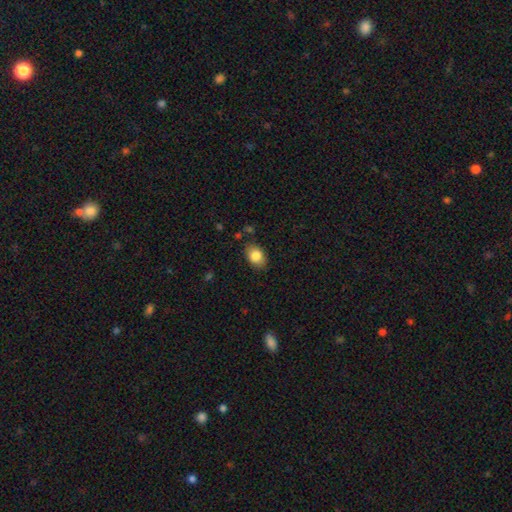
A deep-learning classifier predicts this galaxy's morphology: smooth 84%, featured or disk 8%, star or artifact 8%. Down the decision tree: how rounded — in between (80%); merging — none (82%).